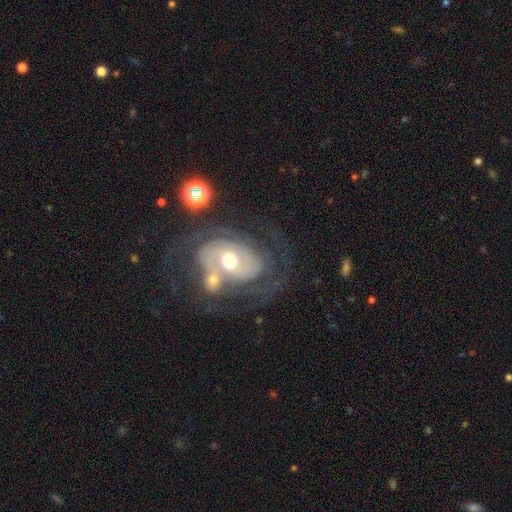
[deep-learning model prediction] Q: Smooth or featured?
A: featured or disk (77%); runner-up: smooth (15%)
Q: Edge-on disk?
A: no (97%); runner-up: yes (3%)
Q: Bar?
A: no (63%); runner-up: weak (25%)
Q: Spiral arms?
A: yes (75%); runner-up: no (25%)
Q: Spiral winding?
A: tight (48%); runner-up: medium (36%)
Q: Spiral arm count?
A: 2 (55%); runner-up: can't tell (26%)
Q: Bulge size?
A: moderate (66%); runner-up: small (25%)
Q: Merging?
A: none (46%); runner-up: merger (19%)